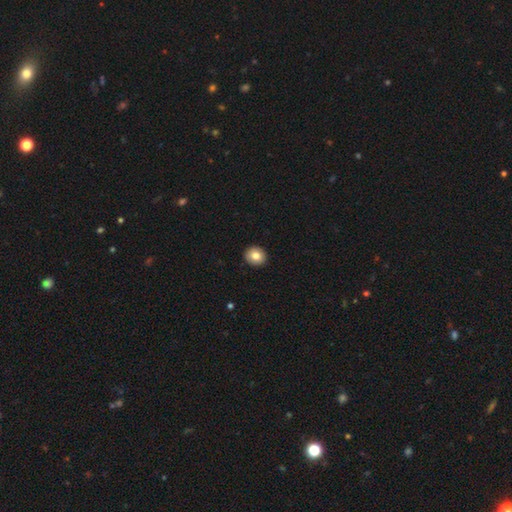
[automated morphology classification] A smooth galaxy with no disk features (81%) that is round (83%). Merging: none (92%).